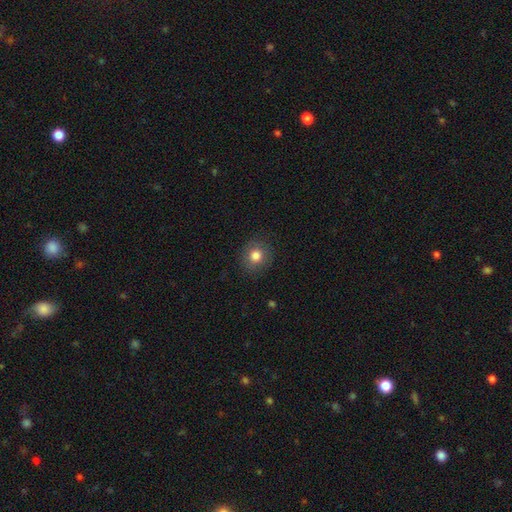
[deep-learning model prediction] The model was most divided on "smooth or featured": smooth: 80%, star or artifact: 10%, featured or disk: 10%. More confident: merging — none (87%); how rounded — round (85%).